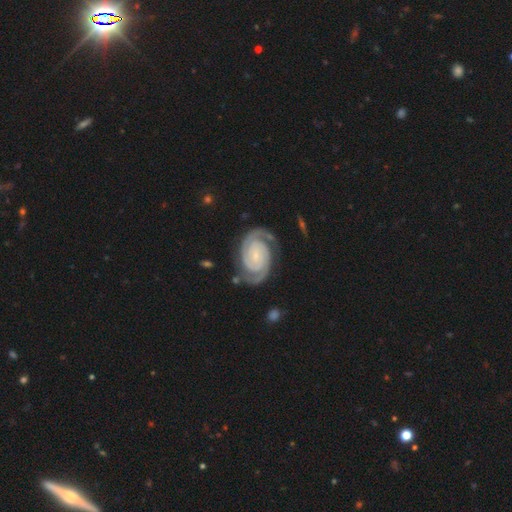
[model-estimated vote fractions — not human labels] A featured or disk galaxy (93%) with no bar (61%), 2 (92%) tight (70%) spiral arms (99%) and a small central bulge (75%).

Vote fractions:
- Smooth or featured? featured or disk: 93% / star or artifact: 4% / smooth: 3%
- Edge-on disk? no: 98% / yes: 2%
- Bar? no: 61% / weak: 26% / strong: 13%
- Spiral arms? yes: 99% / no: 1%
- Spiral winding? tight: 70% / medium: 27% / loose: 4%
- Spiral arm count? 2: 92% / 3: 2% / can't tell: 2% / 1: 1% / 4: 1% / more than 4: 1%
- Bulge size? small: 75% / moderate: 13% / none: 9% / large: 2% / dominant: 1%
- Merging? none: 80% / minor disturbance: 13% / major disturbance: 5% / merger: 2%